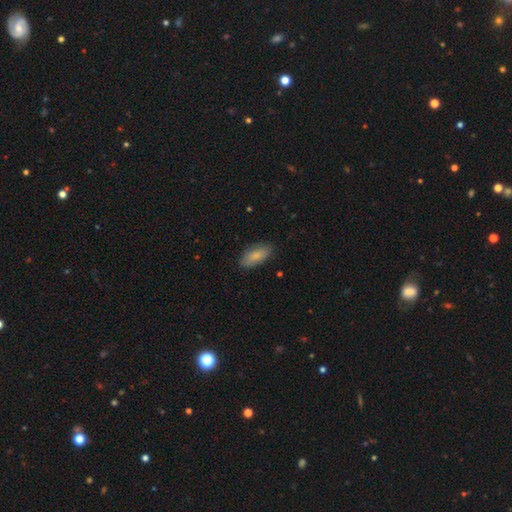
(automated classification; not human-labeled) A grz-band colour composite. It shows a smooth galaxy with no disk features (83%) that is in between round and cigar-shaped (89%). Merging: none (82%).